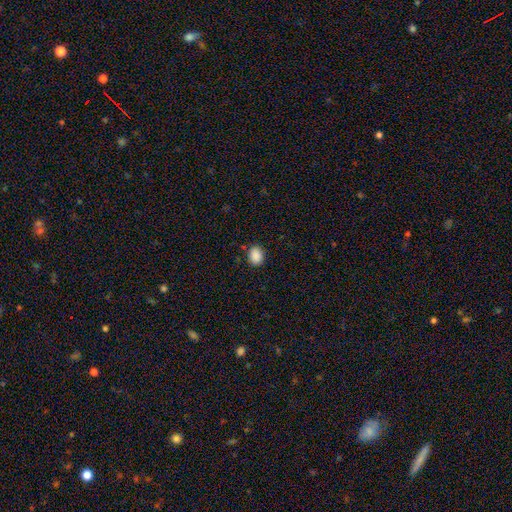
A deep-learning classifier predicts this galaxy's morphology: This appears to be a smooth galaxy with no disk features (89%) that is in between round and cigar-shaped (57%). Merging: none (85%).